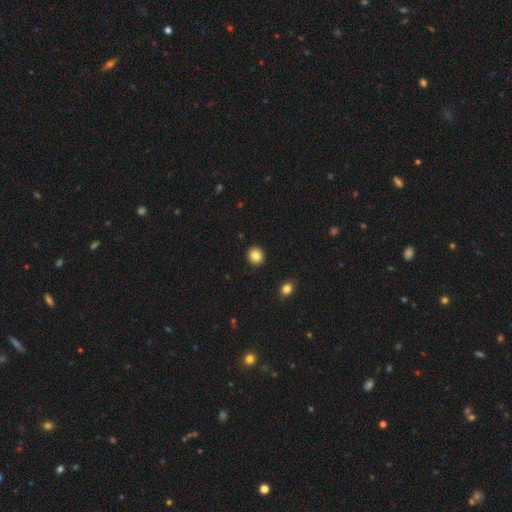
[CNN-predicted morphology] Smooth or featured? Predicted: smooth (p=0.85). How rounded? Predicted: round (p=0.86). Merging? Predicted: none (p=0.92).